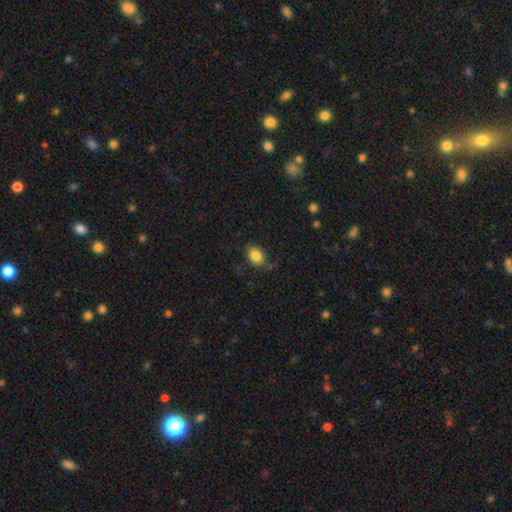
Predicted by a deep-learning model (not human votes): Smooth or featured: smooth — 85% (star or artifact — 9%)
How rounded: in between — 69% (round — 30%)
Merging: none — 79% (minor disturbance — 15%)